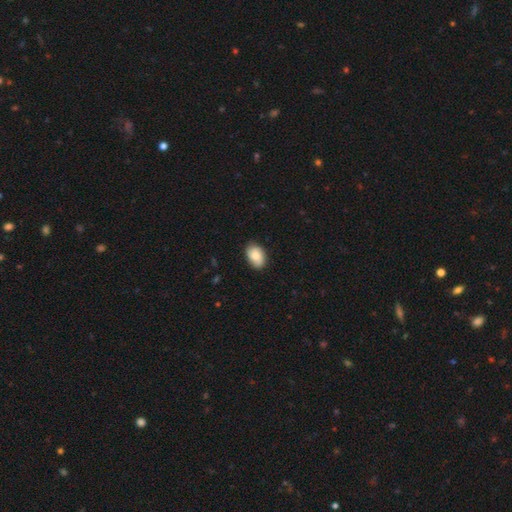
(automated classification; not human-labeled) Smooth or featured: smooth — 80% (featured or disk — 13%)
How rounded: in between — 86% (round — 13%)
Merging: none — 82% (minor disturbance — 15%)